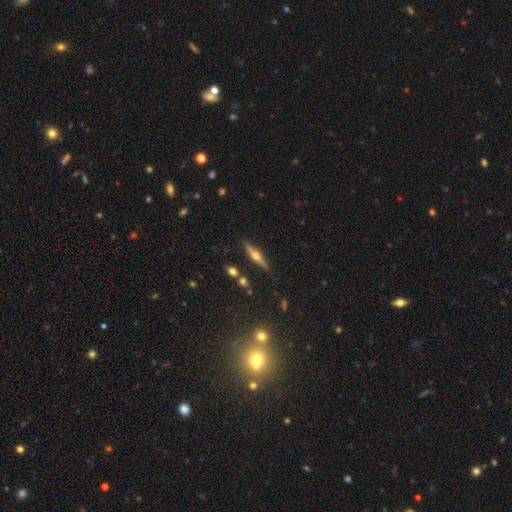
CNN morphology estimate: Q: Smooth or featured?
A: featured or disk (70%); runner-up: smooth (22%)
Q: Edge-on disk?
A: yes (97%); runner-up: no (3%)
Q: Edge-on bulge?
A: rounded (94%); runner-up: boxy (3%)
Q: Merging?
A: none (88%); runner-up: minor disturbance (7%)